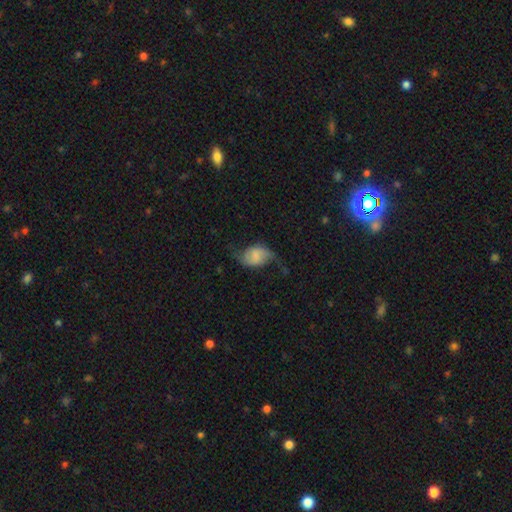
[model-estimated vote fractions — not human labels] featured or disk 57%, smooth 35%, star or artifact 8%. Down the decision tree: edge-on disk — no (96%); bar — no (49%); spiral arms — yes (89%); bulge size — none (38%); merging — none (51%).